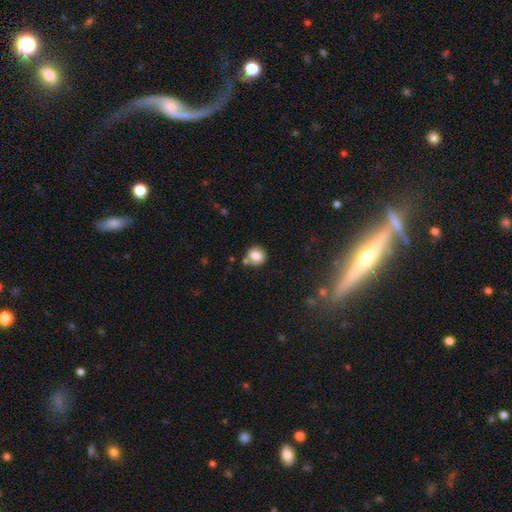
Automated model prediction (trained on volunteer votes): smooth 82%, star or artifact 10%, featured or disk 8%. Down the decision tree: how rounded — round (89%); merging — none (72%).